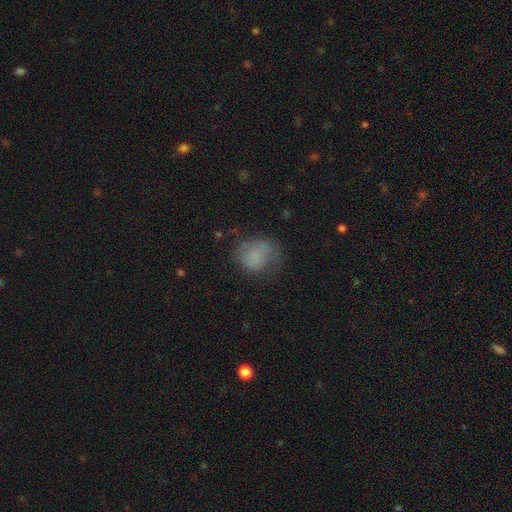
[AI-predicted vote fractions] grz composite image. It shows a smooth galaxy with no disk features (70%) that is round (61%). Merging: none (49%).